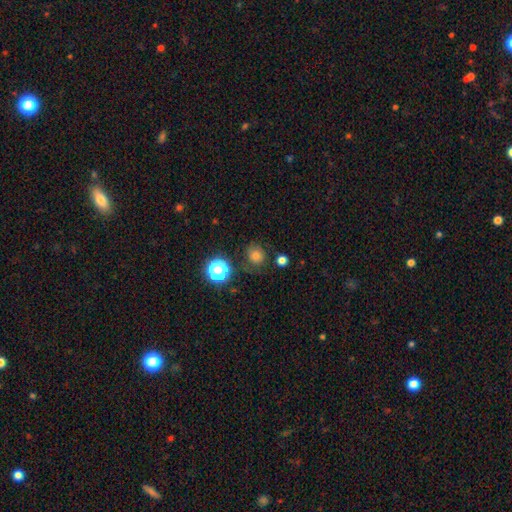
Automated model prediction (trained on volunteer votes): Overall: smooth (72%). How rounded: round (82%). Merging: none (75%).